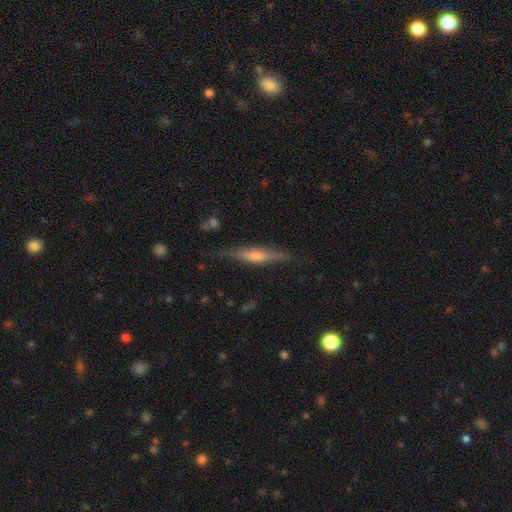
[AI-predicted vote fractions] featured or disk 64%, smooth 30%, star or artifact 7%. Down the decision tree: edge-on disk — yes (95%); edge-on bulge — rounded (62%); merging — none (80%).